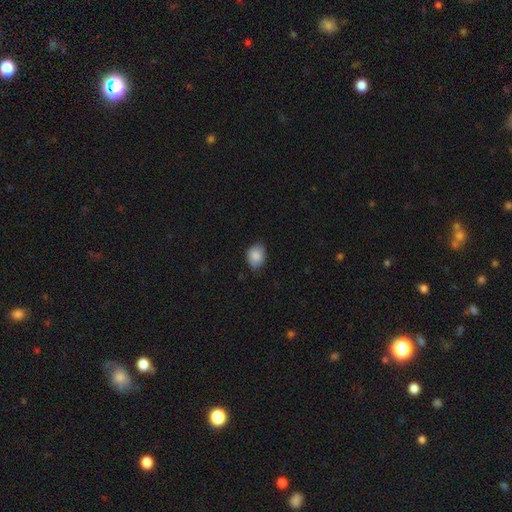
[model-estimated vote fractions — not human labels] This is clearly a smooth galaxy (87%). How rounded: likely in between (62%). Merging: likely none (70%).